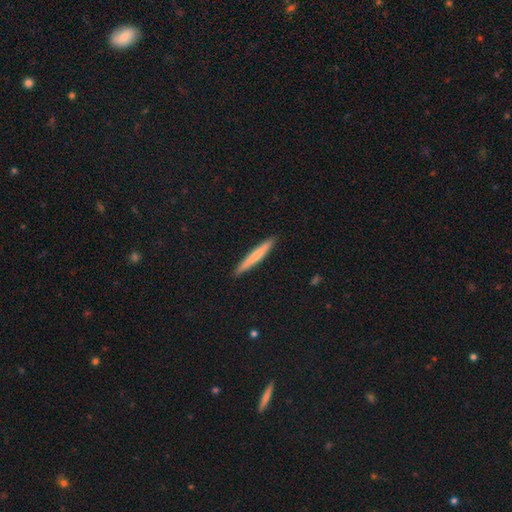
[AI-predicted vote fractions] Smooth or featured?
  - smooth: 69% *
  - featured or disk: 25%
  - star or artifact: 6%
How rounded?
  - cigar-shaped: 96% *
  - in between: 3%
  - round: 1%
Merging?
  - none: 91% *
  - minor disturbance: 6%
  - major disturbance: 1%
  - merger: 1%